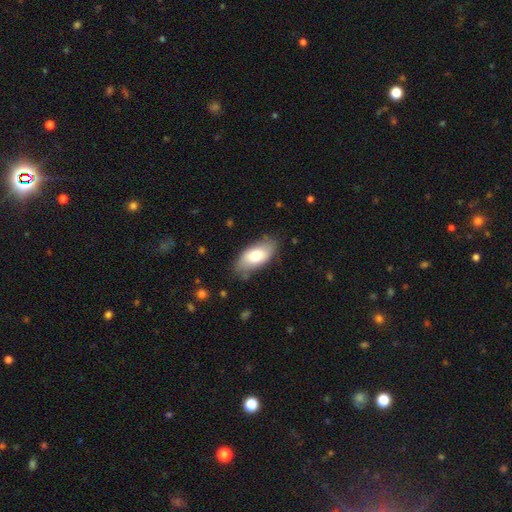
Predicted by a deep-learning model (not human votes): Overall: smooth (73%). How rounded: in between (91%). Merging: none (77%).